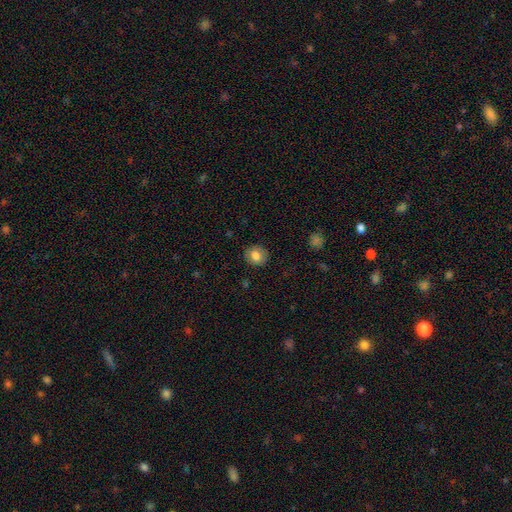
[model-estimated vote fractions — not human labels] The model was most divided on "how rounded": round: 80%, in between: 19%, cigar-shaped: 1%. More confident: merging — none (88%); smooth or featured — smooth (80%).